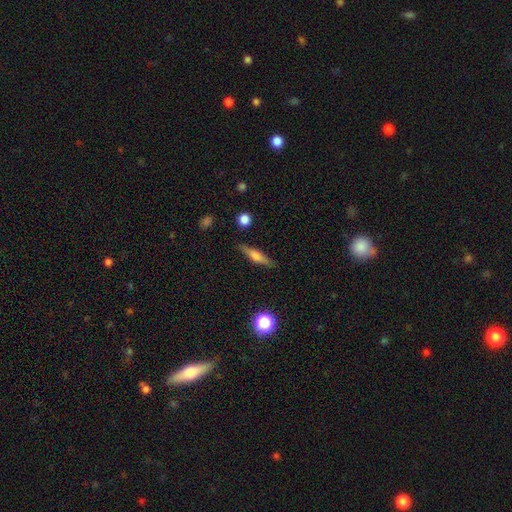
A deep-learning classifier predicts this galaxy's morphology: type=featured or disk (47%); merging=none (87%).